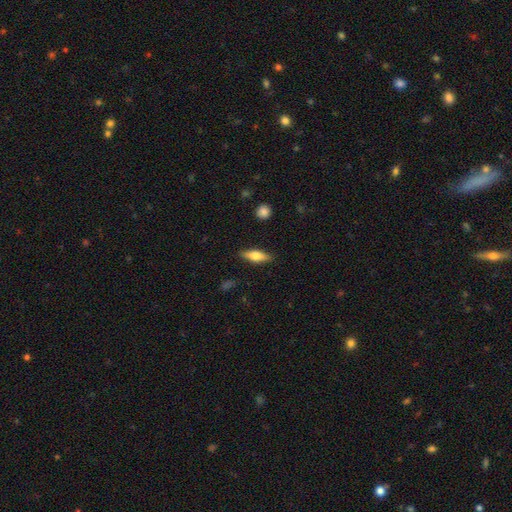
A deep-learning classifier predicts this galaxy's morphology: The model was most divided on "how rounded": in between: 57%, cigar-shaped: 41%, round: 3%. More confident: merging — none (87%); smooth or featured — smooth (65%).